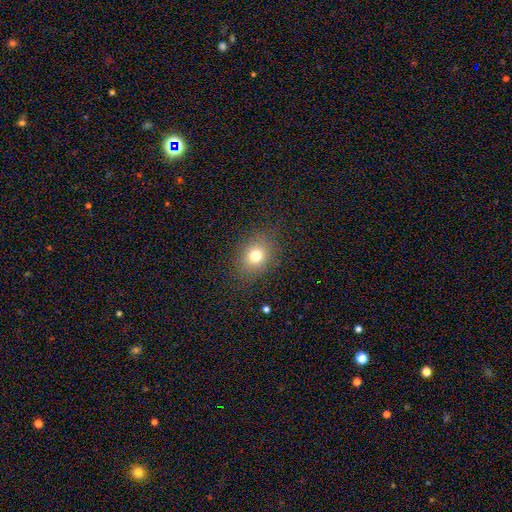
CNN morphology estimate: Q: Smooth or featured?
A: smooth (75%); runner-up: star or artifact (15%)
Q: How rounded?
A: round (59%); runner-up: in between (40%)
Q: Merging?
A: none (84%); runner-up: minor disturbance (10%)